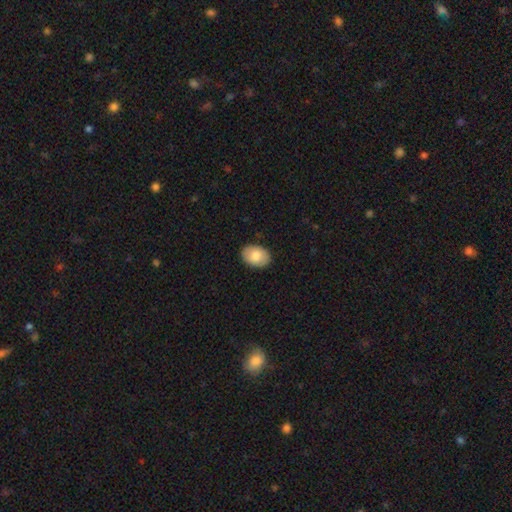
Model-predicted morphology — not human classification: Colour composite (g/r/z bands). It shows a smooth galaxy with no disk features (77%) that is in between round and cigar-shaped (78%). Merging: none (89%).